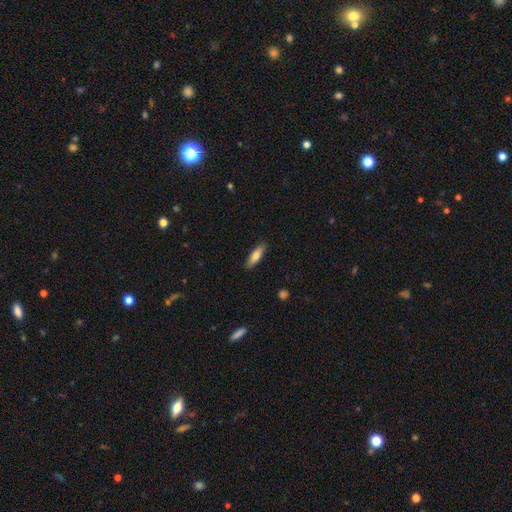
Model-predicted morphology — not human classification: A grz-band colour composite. It shows a smooth galaxy with no disk features (74%) that is cigar-shaped (51%). Merging: none (88%).